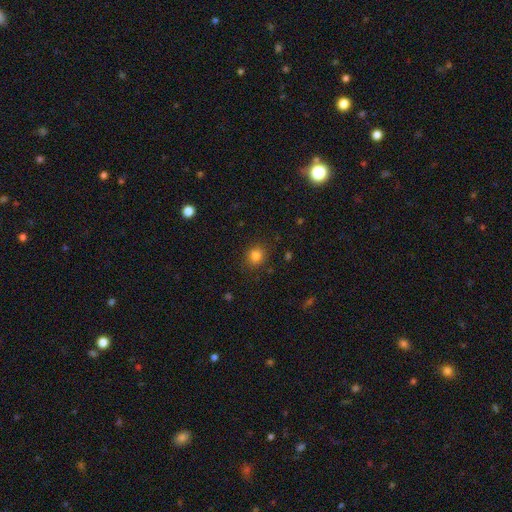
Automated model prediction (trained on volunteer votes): Smooth or featured?
  - smooth: 82% *
  - star or artifact: 13%
  - featured or disk: 6%
How rounded?
  - round: 74% *
  - in between: 25%
  - cigar-shaped: 1%
Merging?
  - none: 84% *
  - minor disturbance: 11%
  - major disturbance: 3%
  - merger: 2%